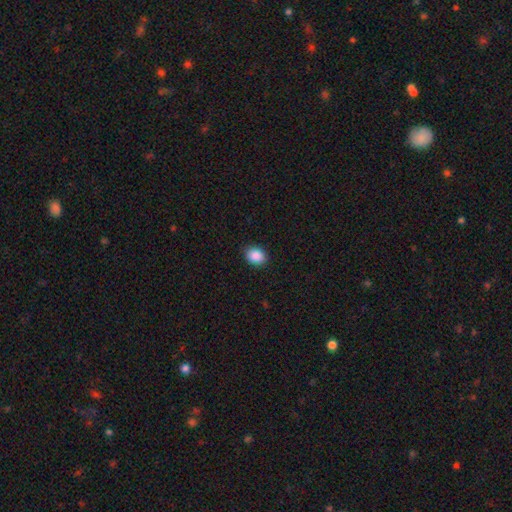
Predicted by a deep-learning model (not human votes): This appears to be a smooth galaxy with no disk features (89%) that is in between round and cigar-shaped (55%). Merging: none (89%).